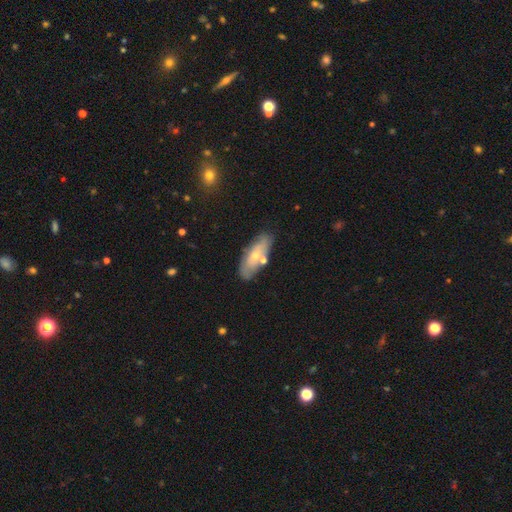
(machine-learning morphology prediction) The model was most divided on "smooth or featured": smooth: 54%, featured or disk: 39%, star or artifact: 7%. More confident: merging — none (67%); how rounded — in between (67%).